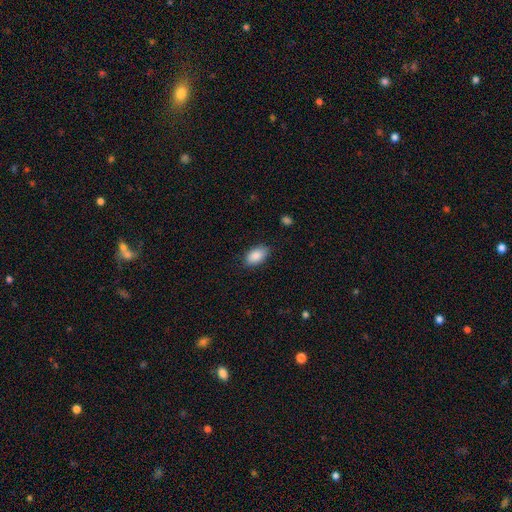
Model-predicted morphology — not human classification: smooth_or_featured: smooth (p=0.89) [alt: star or artifact p=0.07]
how_rounded: in between (p=0.93) [alt: round p=0.05]
merging: none (p=0.83) [alt: minor disturbance p=0.13]